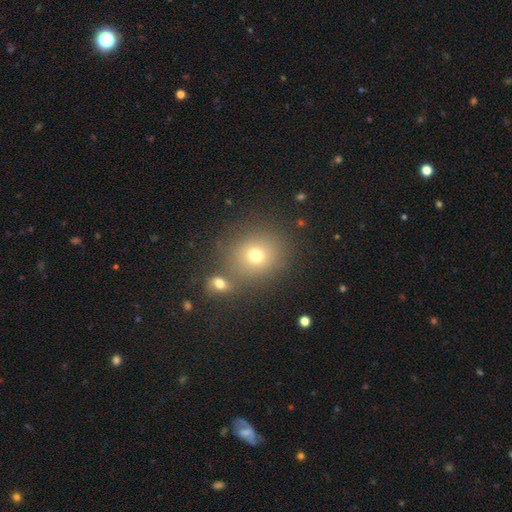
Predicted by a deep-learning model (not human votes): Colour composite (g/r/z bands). It shows a smooth galaxy with no disk features (71%) that is round (80%). Merging: none (72%).